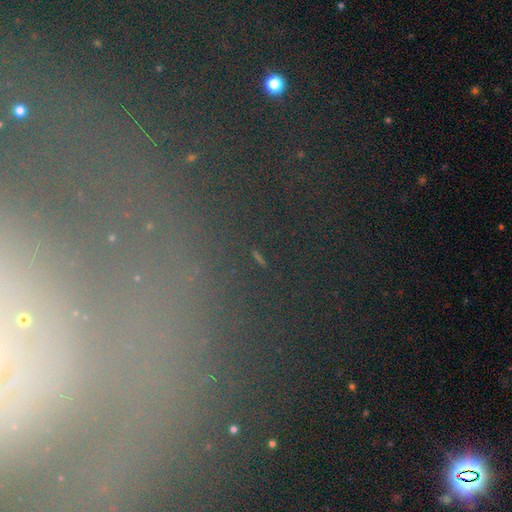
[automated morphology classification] This appears to be a star or artifact, not a galaxy (56%).